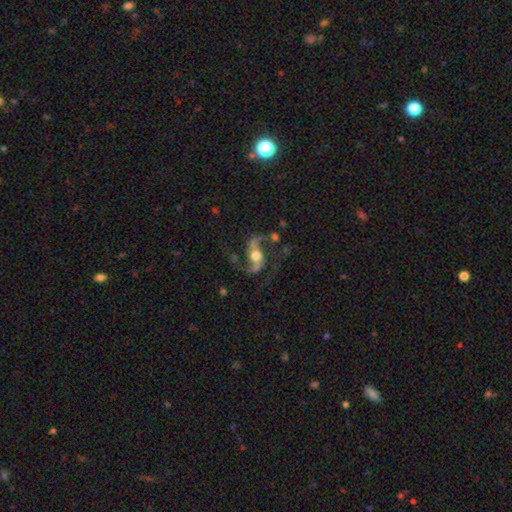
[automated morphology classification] Smooth or featured? featured or disk (85%)
Edge-on disk? no (96%)
Bar? no (49%)
Spiral arms? yes (95%)
Spiral winding? loose (58%)
Spiral arm count? 2 (91%)
Bulge size? moderate (64%)
Merging? none (62%)